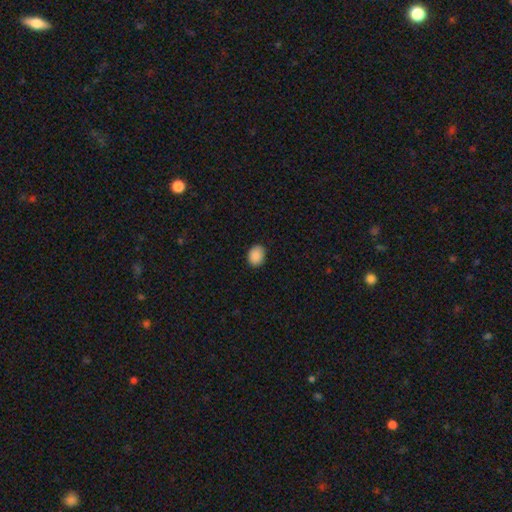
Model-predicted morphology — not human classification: Smooth or featured?
  - smooth: 89% *
  - star or artifact: 8%
  - featured or disk: 3%
How rounded?
  - in between: 56% *
  - round: 43%
  - cigar-shaped: 1%
Merging?
  - none: 87% *
  - minor disturbance: 10%
  - major disturbance: 2%
  - merger: 1%